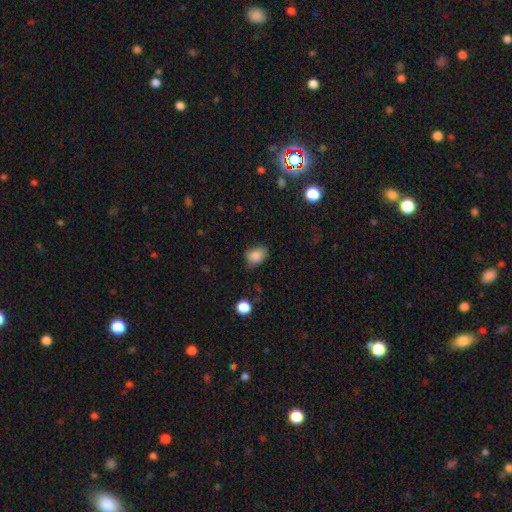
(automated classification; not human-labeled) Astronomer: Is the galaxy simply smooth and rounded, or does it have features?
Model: smooth — 83%.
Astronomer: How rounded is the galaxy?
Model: in between — 71%.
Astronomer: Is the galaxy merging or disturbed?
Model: none — 60%.